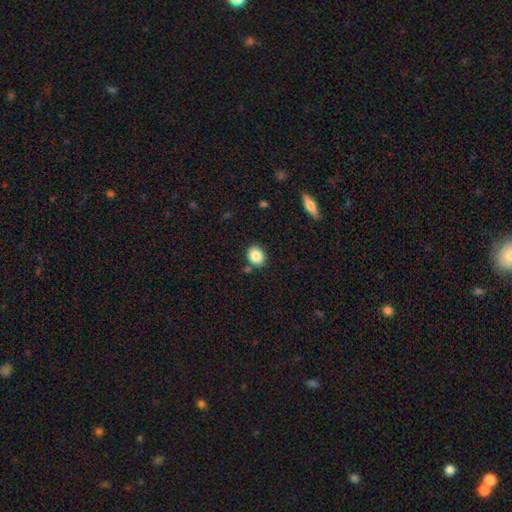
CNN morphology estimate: The model was most divided on "how rounded": in between: 52%, round: 47%, cigar-shaped: 1%. More confident: smooth or featured — smooth (86%); merging — none (82%).